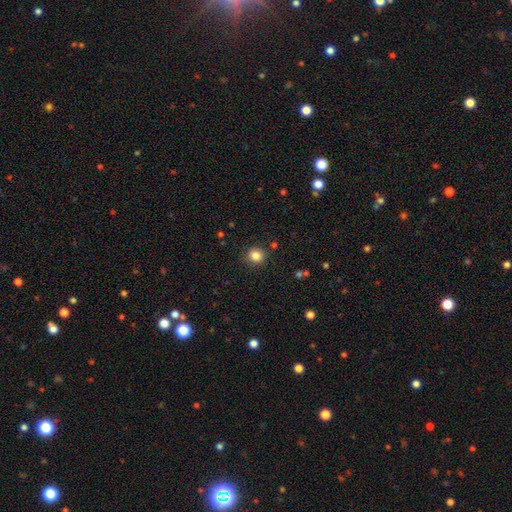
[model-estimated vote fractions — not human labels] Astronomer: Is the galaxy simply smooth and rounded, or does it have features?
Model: smooth — 84%.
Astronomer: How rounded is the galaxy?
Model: round — 84%.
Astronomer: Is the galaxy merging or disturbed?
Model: none — 88%.